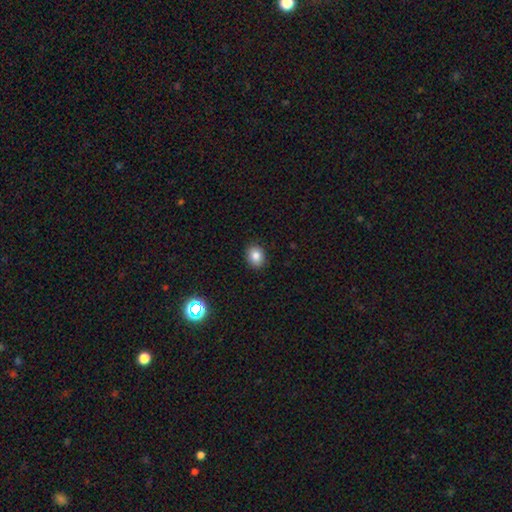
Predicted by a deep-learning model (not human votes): Morphology: type=smooth (83%); roundness=round (54%); merging=none (89%).